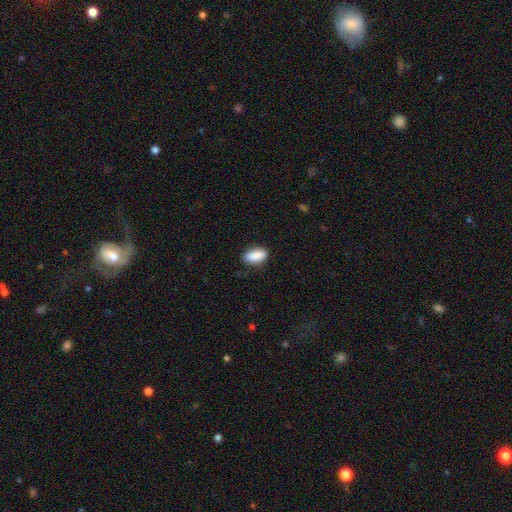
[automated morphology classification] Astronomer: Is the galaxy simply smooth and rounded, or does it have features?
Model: smooth — 89%.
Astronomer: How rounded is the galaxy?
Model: in between — 90%.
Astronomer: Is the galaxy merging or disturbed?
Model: none — 86%.